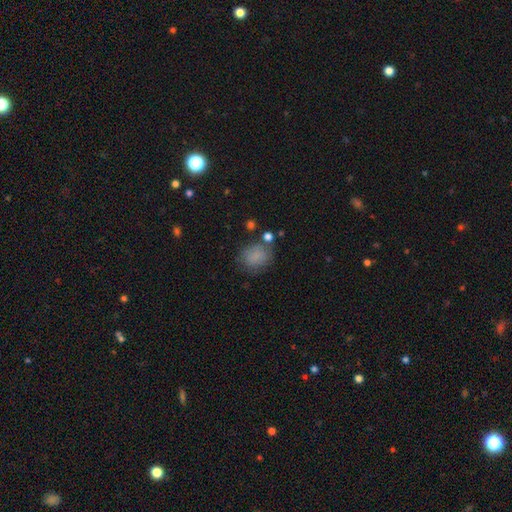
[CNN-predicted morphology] This appears to be a smooth galaxy with no disk features (79%) that is round (59%). Merging: none (64%).